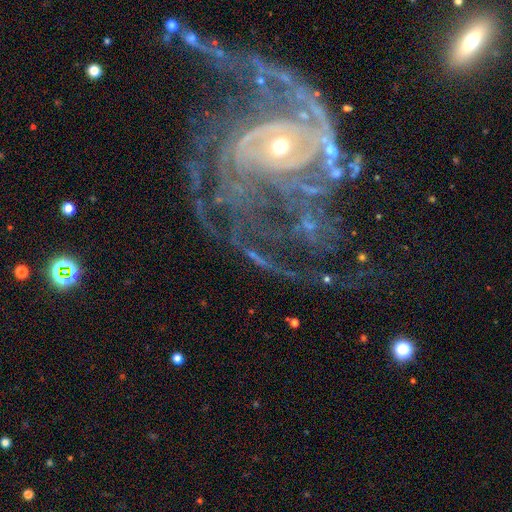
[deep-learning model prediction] A featured or disk galaxy (87%) with no bar (55%), tight (60%) spiral arms (95%) and a small central bulge (53%).

Vote fractions:
- Smooth or featured? featured or disk: 87% / star or artifact: 9% / smooth: 5%
- Edge-on disk? no: 97% / yes: 3%
- Bar? no: 55% / weak: 24% / strong: 20%
- Spiral arms? yes: 95% / no: 5%
- Spiral winding? tight: 60% / medium: 30% / loose: 10%
- Spiral arm count? can't tell: 23% / 2: 20% / 3: 17% / more than 4: 15% / 4: 14% / 1: 10%
- Bulge size? small: 53% / moderate: 42% / large: 3% / none: 1% / dominant: 1%
- Merging? none: 54% / major disturbance: 24% / minor disturbance: 17% / merger: 4%